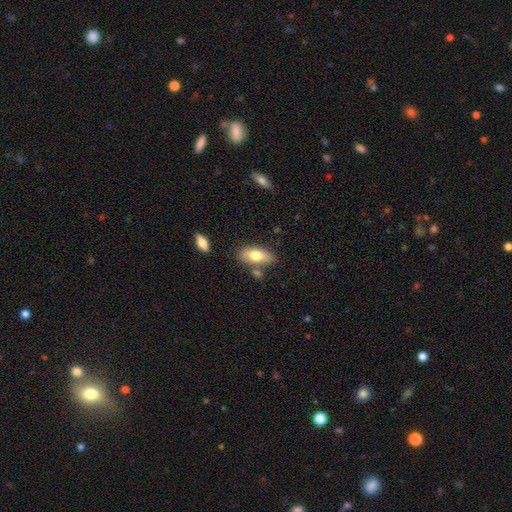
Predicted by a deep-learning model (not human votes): Smooth or featured? smooth (72%)
How rounded? in between (85%)
Merging? none (74%)